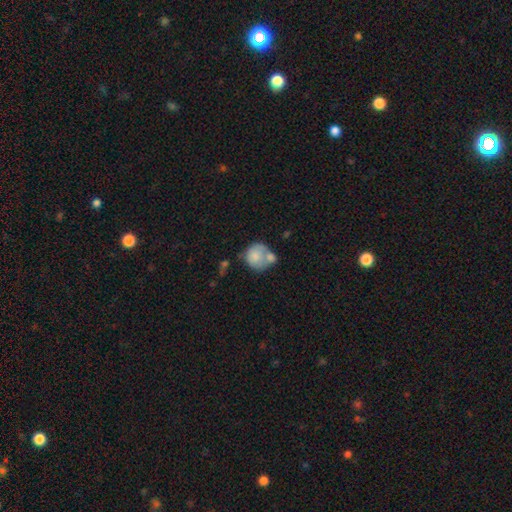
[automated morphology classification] A smooth galaxy with no disk features (71%) that is round (78%).

Vote fractions:
- Smooth or featured? smooth: 71% / featured or disk: 22% / star or artifact: 7%
- How rounded? round: 78% / in between: 21% / cigar-shaped: 1%
- Merging? merger: 44% / none: 30% / minor disturbance: 16% / major disturbance: 11%